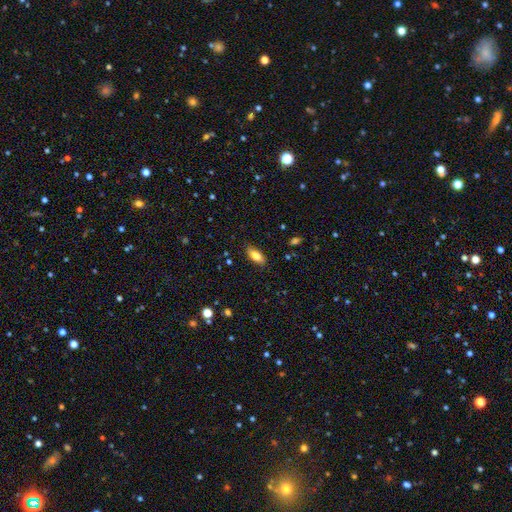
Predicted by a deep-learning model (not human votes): Morphology: type=smooth (83%); roundness=in between (83%); merging=none (84%).